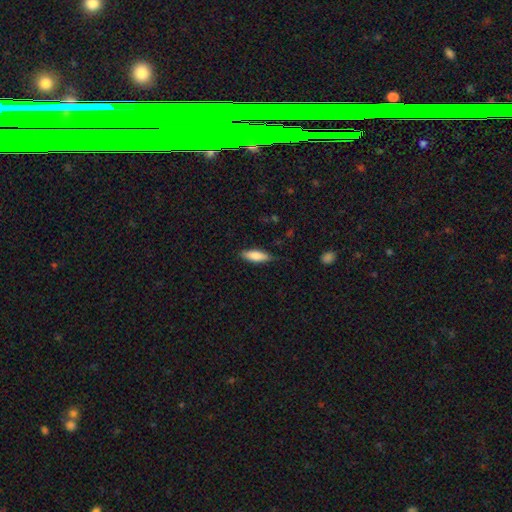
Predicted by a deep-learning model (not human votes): Smooth or featured? Predicted: smooth (p=0.80). How rounded? Predicted: in between (p=0.57). Merging? Predicted: none (p=0.80).